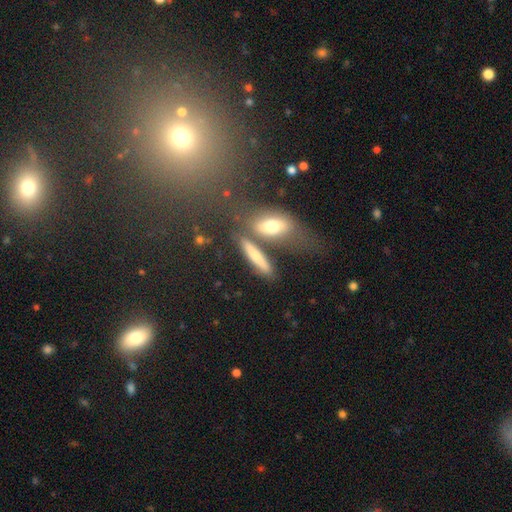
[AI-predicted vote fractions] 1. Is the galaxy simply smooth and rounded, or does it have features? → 66% smooth, 25% featured or disk, 10% star or artifact.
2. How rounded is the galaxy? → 69% cigar-shaped, 25% in between, 6% round.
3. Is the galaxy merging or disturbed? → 57% none, 21% merger, 14% minor disturbance, 7% major disturbance.